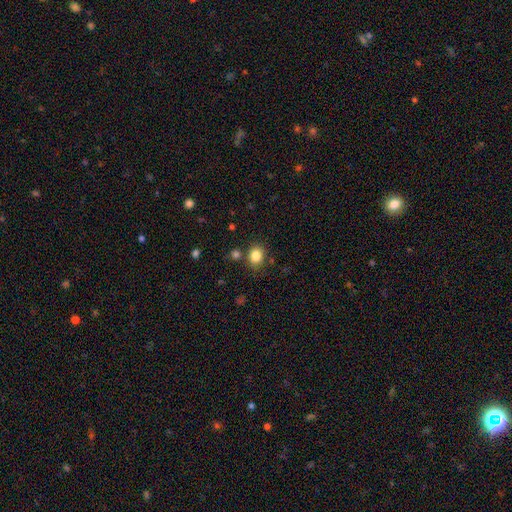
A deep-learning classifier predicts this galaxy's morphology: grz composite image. It shows a smooth galaxy with no disk features (84%) that is round (52%). Merging: none (80%).